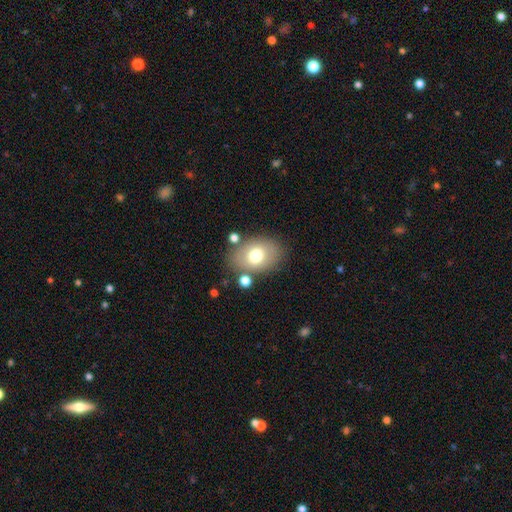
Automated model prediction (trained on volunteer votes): The model was most divided on "smooth or featured": smooth: 68%, featured or disk: 24%, star or artifact: 8%. More confident: how rounded — in between (78%); merging — none (74%).